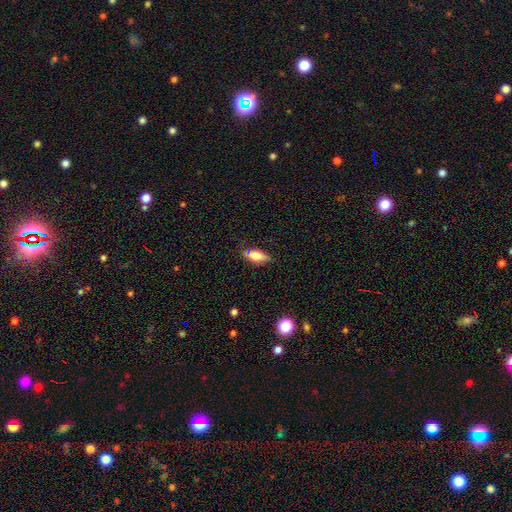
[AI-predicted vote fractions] Smooth or featured: smooth — 66% (featured or disk — 25%)
How rounded: in between — 73% (cigar-shaped — 23%)
Merging: none — 68% (minor disturbance — 21%)